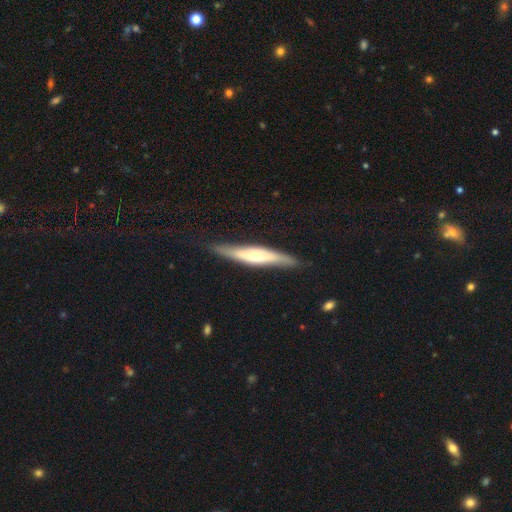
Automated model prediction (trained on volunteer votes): Smooth or featured? featured or disk (60%)
Edge-on disk? yes (88%)
Edge-on bulge? rounded (77%)
Merging? none (85%)